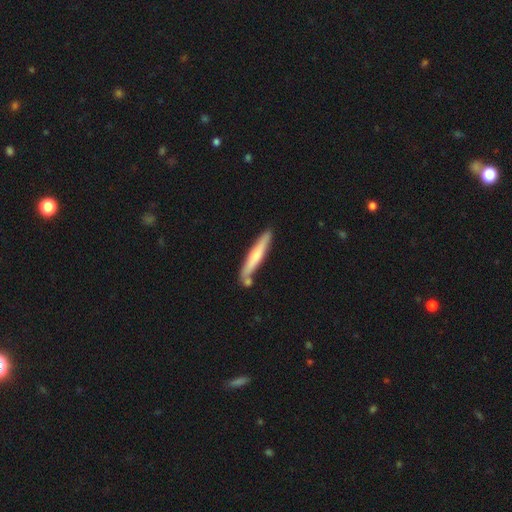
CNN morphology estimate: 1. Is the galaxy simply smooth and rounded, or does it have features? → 53% smooth, 43% featured or disk, 5% star or artifact.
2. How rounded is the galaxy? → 93% cigar-shaped, 5% in between, 1% round.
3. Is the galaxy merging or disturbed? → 76% none, 12% minor disturbance, 10% merger, 2% major disturbance.